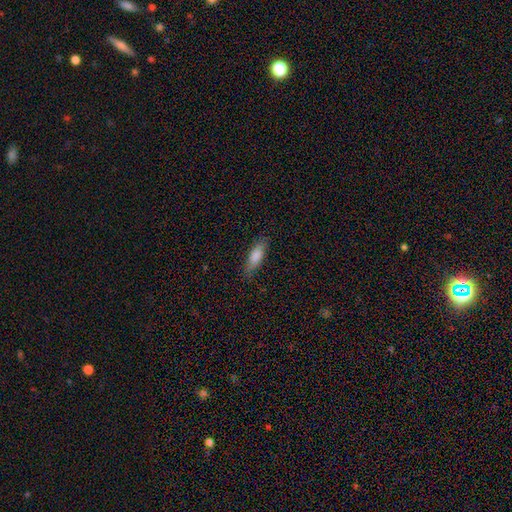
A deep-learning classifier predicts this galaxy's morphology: The model was most divided on "how rounded": cigar-shaped: 53%, in between: 45%, round: 2%. More confident: merging — none (83%); smooth or featured — smooth (77%).